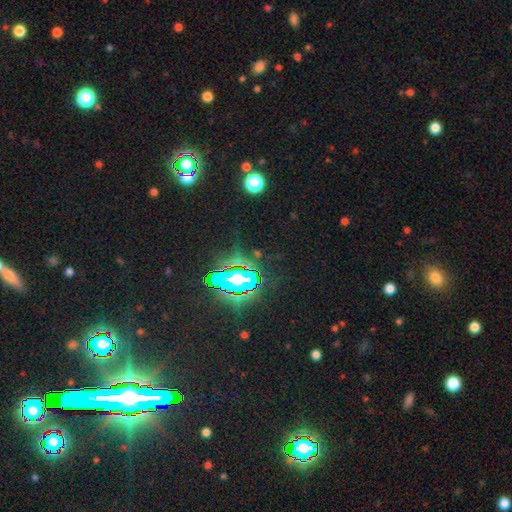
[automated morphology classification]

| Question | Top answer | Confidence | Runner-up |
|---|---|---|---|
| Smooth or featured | star or artifact | 71% | smooth (17%) |